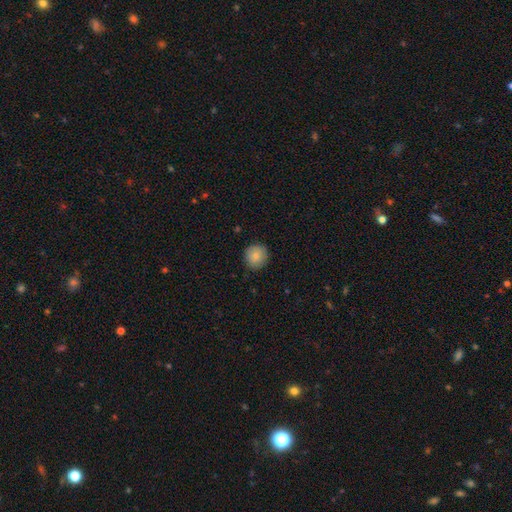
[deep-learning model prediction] This is clearly a smooth galaxy (84%). How rounded: clearly round (92%). Merging: clearly none (87%).